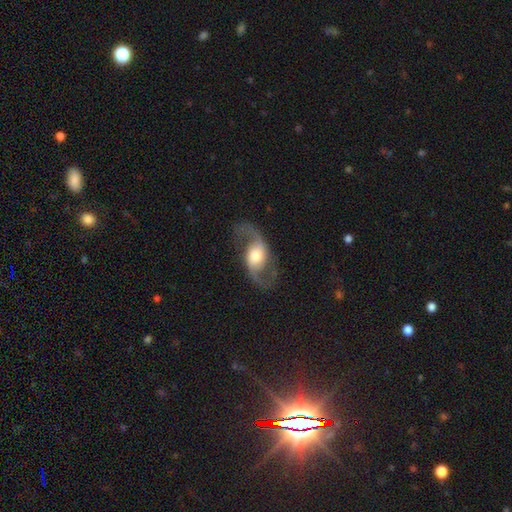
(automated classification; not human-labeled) This is clearly a featured or disk galaxy (86%). It is clearly not viewed edge-on (96%). Bar: possibly no (50%). Spiral arm pattern: clearly yes (94%). Spiral arm count: clearly 2 (94%). Spiral winding: likely loose (60%). Central bulge: possibly moderate (57%). Merging: likely none (78%).